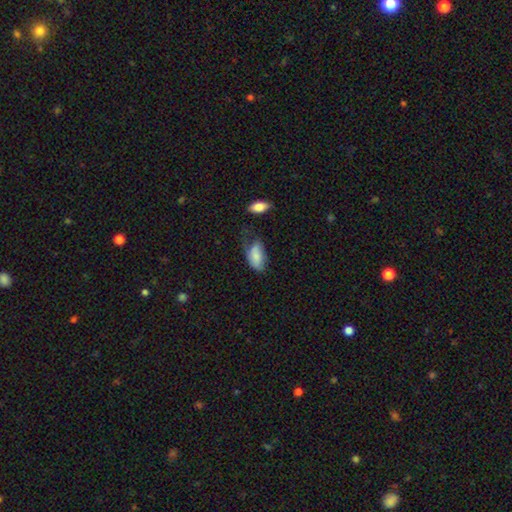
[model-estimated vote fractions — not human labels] The model was most divided on "merging": minor disturbance: 38%, none: 32%, major disturbance: 25%, merger: 6%. More confident: how rounded — in between (93%); smooth or featured — smooth (78%).